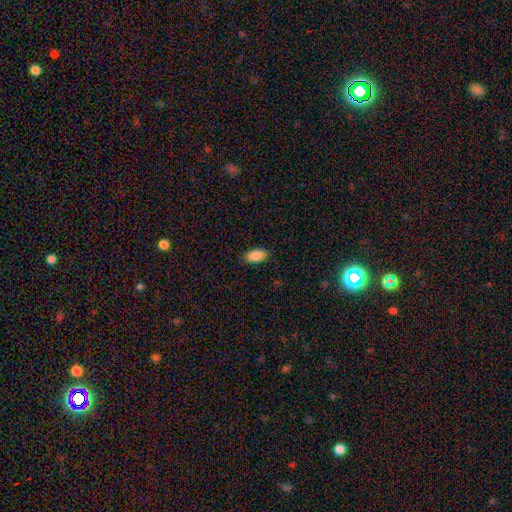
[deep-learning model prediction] smooth-or-featured: smooth: 89% | star or artifact: 7% | featured or disk: 4%
  how-rounded: in between: 93% | cigar-shaped: 4% | round: 3%
  merging: none: 88% | minor disturbance: 9% | major disturbance: 2% | merger: 1%